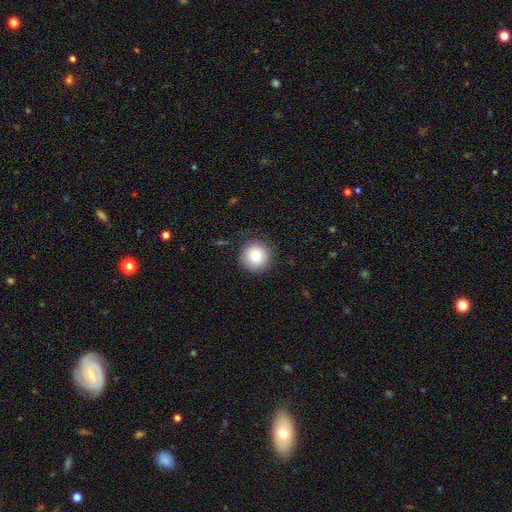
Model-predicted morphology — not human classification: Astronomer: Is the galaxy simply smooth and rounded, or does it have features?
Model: smooth — 85%.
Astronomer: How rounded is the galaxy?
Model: round — 94%.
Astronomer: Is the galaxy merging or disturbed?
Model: none — 87%.